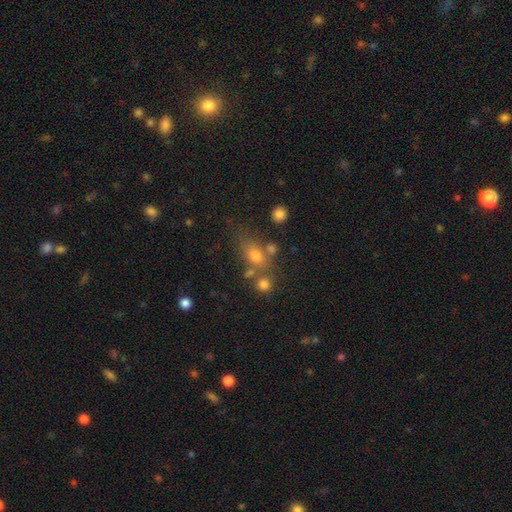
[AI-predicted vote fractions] Overall: smooth (68%). How rounded: in between (61%; round 34%). Merging: none (52%; merger 25%).